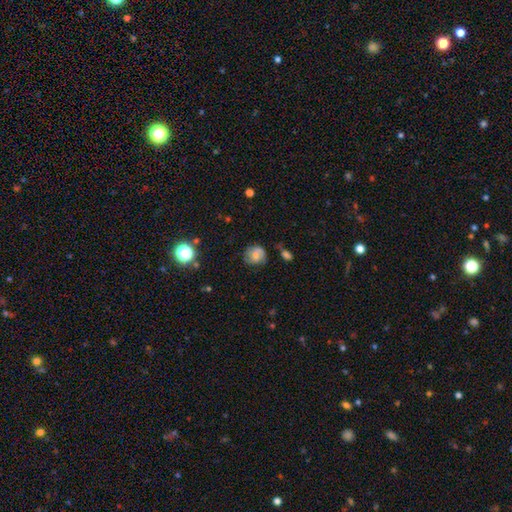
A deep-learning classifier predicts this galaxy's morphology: Smooth or featured? Predicted: smooth (p=0.47). Merging? Predicted: none (p=0.63).